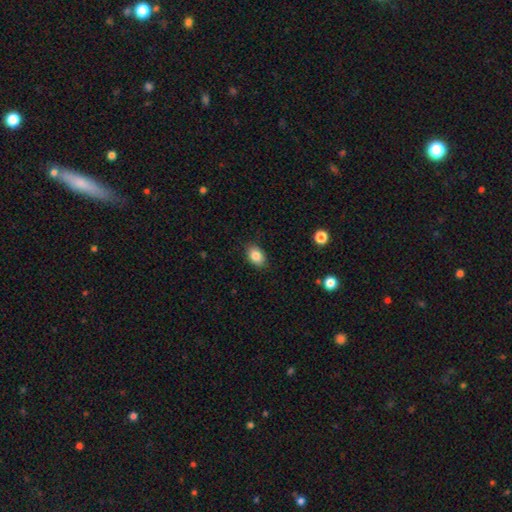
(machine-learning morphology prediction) Smooth or featured? smooth (85%)
How rounded? in between (82%)
Merging? none (86%)